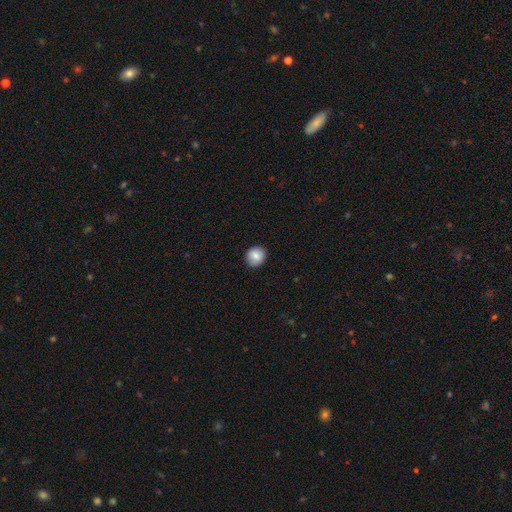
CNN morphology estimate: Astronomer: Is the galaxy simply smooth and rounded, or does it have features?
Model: smooth — 83%.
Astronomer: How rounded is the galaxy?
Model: round — 83%.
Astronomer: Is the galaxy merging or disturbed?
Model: none — 89%.